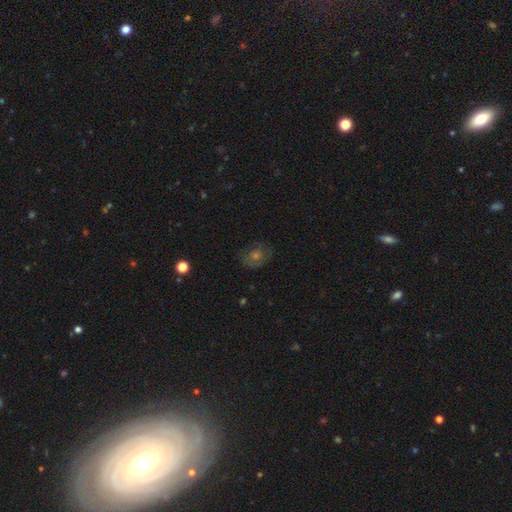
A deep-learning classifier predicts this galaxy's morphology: smooth-or-featured: smooth: 40% | featured or disk: 36% | star or artifact: 24%
  merging: none: 74% | minor disturbance: 16% | major disturbance: 8% | merger: 1%